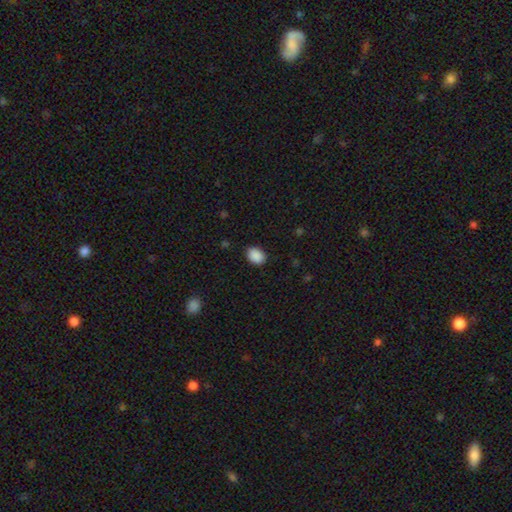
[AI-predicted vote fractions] This is clearly a smooth galaxy (89%). How rounded: likely in between (63%). Merging: clearly none (86%).